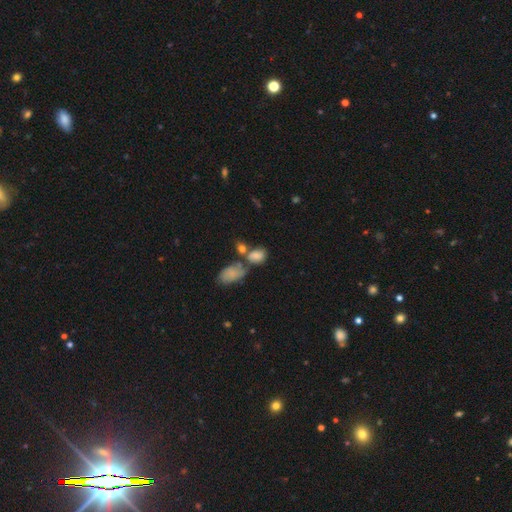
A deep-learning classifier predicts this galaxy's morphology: This is likely a smooth galaxy (75%). How rounded: likely in between (78%). Merging: marginally merger (39%).